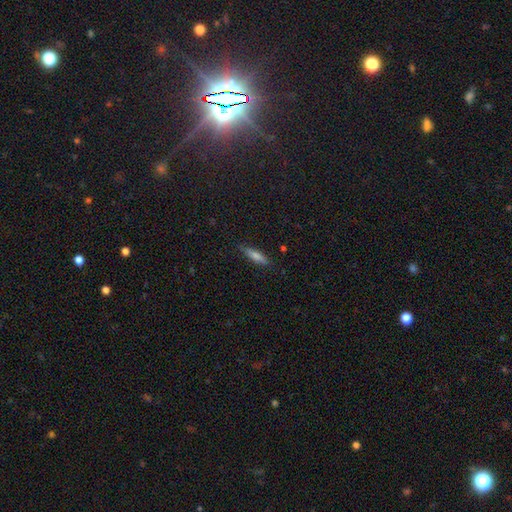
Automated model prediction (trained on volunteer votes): This appears to be a smooth galaxy with no disk features (57%) that is cigar-shaped (80%). Merging: none (87%).